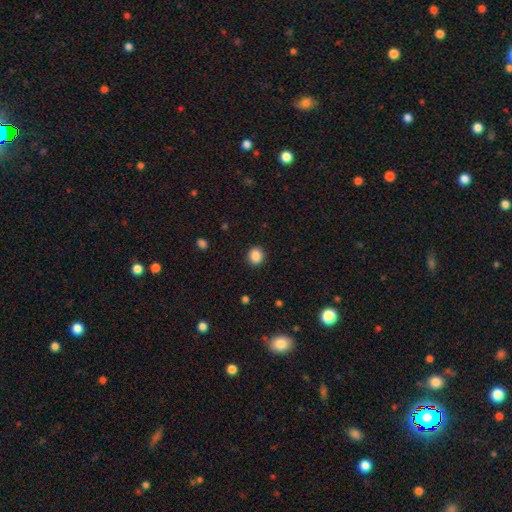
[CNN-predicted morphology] smooth_or_featured: smooth (p=0.88) [alt: star or artifact p=0.10]
how_rounded: round (p=0.84) [alt: in between p=0.16]
merging: none (p=0.91) [alt: minor disturbance p=0.06]